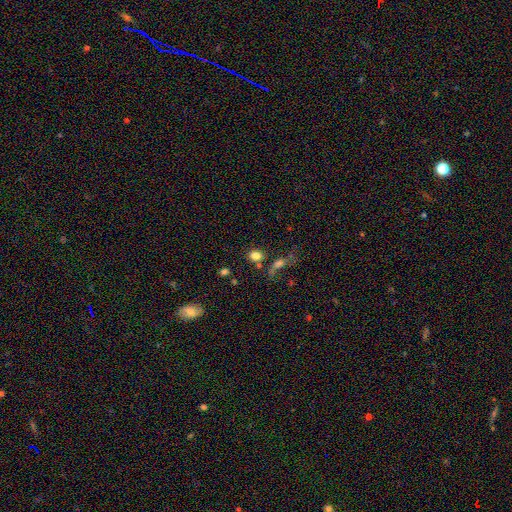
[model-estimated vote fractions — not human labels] This is clearly a smooth galaxy (80%). How rounded: possibly round (49%, tied with in between). Merging: likely none (62%).